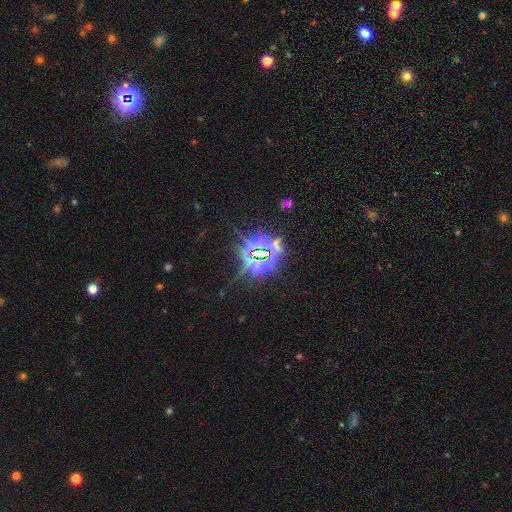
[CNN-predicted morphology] Smooth or featured? Predicted: star or artifact (p=0.83).